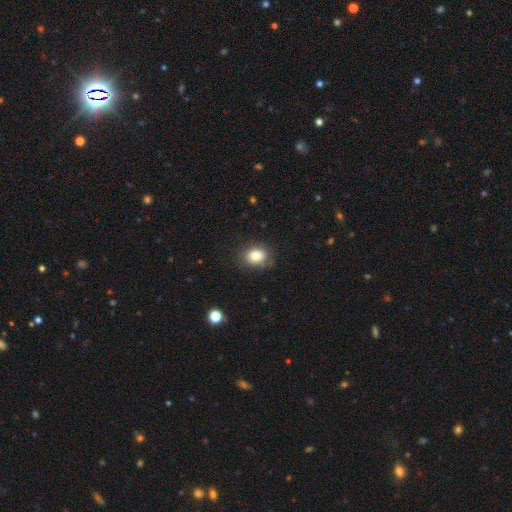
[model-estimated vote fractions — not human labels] This is clearly a smooth galaxy (84%). How rounded: possibly in between (53%). Merging: clearly none (80%).